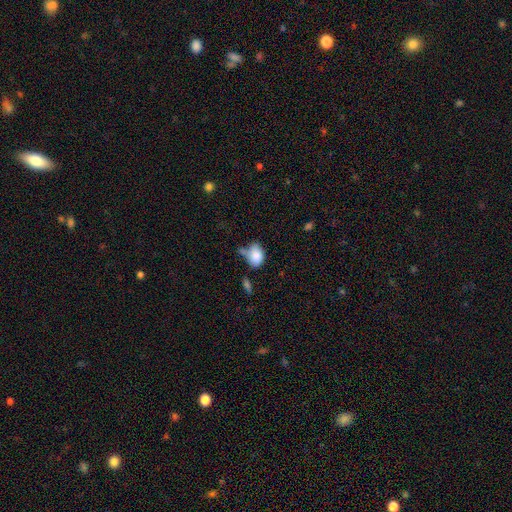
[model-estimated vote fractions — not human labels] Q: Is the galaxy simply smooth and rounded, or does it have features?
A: smooth — 81%.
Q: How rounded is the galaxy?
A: in between — 75%.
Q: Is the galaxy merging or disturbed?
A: none — 41%.